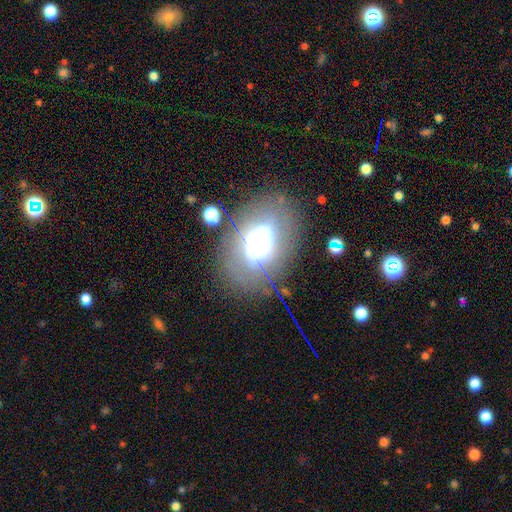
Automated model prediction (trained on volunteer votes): Smooth or featured? Predicted: smooth (p=0.44). Merging? Predicted: none (p=0.66).